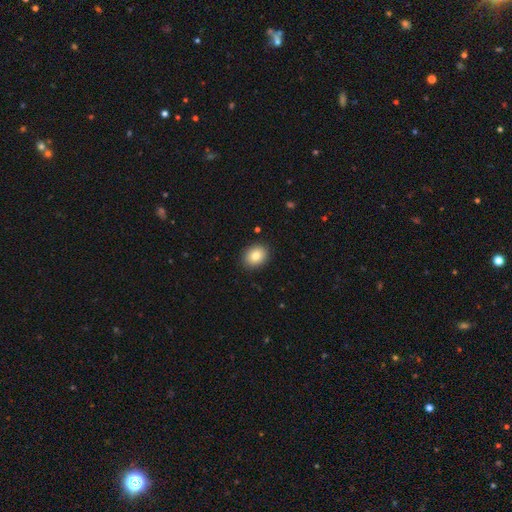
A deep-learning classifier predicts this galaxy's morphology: Smooth or featured? smooth (82%)
How rounded? round (56%)
Merging? none (89%)